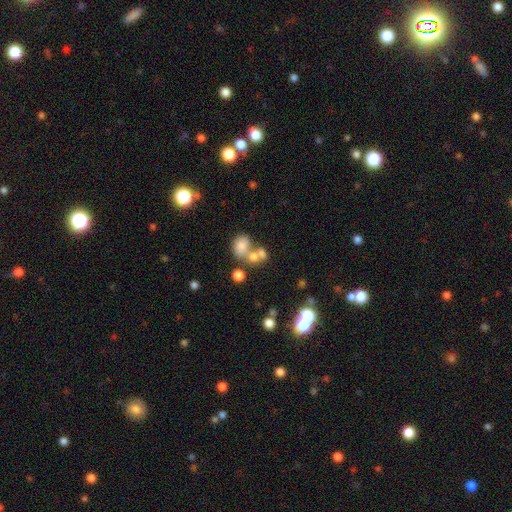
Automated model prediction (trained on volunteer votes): The model was most divided on "how rounded": round: 55%, in between: 44%, cigar-shaped: 1%. More confident: smooth or featured — smooth (68%); merging — merger (52%).